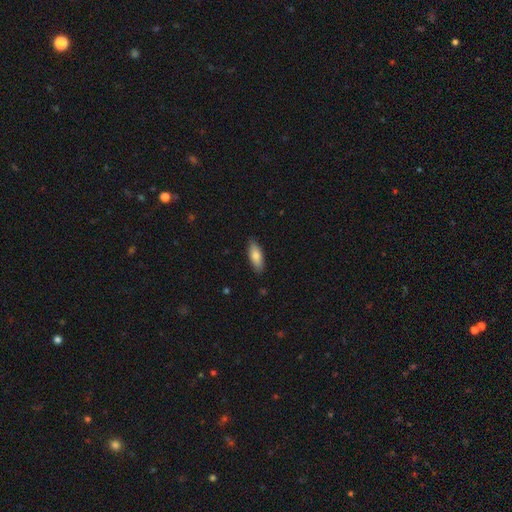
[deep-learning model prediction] smooth 79%, featured or disk 15%, star or artifact 6%. Down the decision tree: how rounded — in between (74%); merging — none (87%).